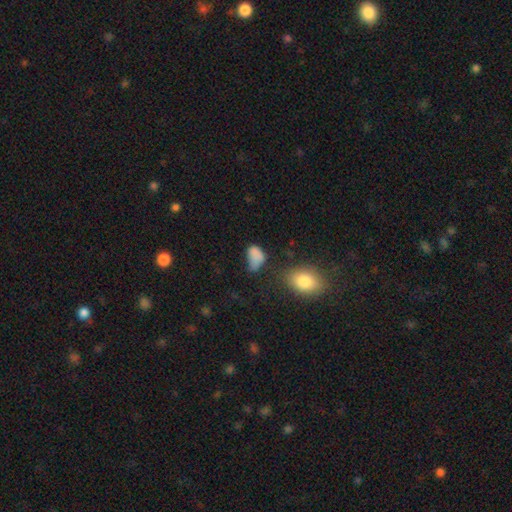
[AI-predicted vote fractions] Smooth or featured: smooth — 78% (star or artifact — 12%)
How rounded: in between — 87% (round — 11%)
Merging: minor disturbance — 33% (none — 30%)